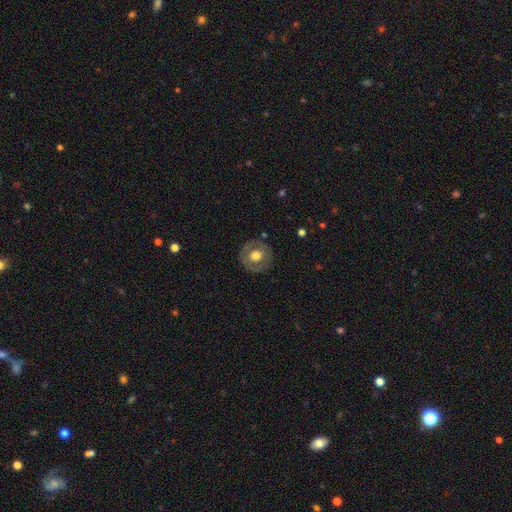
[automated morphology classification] A smooth galaxy with no disk features (51%) that is round (91%).

Vote fractions:
- Smooth or featured? smooth: 51% / featured or disk: 42% / star or artifact: 7%
- How rounded? round: 91% / in between: 8% / cigar-shaped: 1%
- Merging? none: 85% / minor disturbance: 10% / major disturbance: 4% / merger: 1%